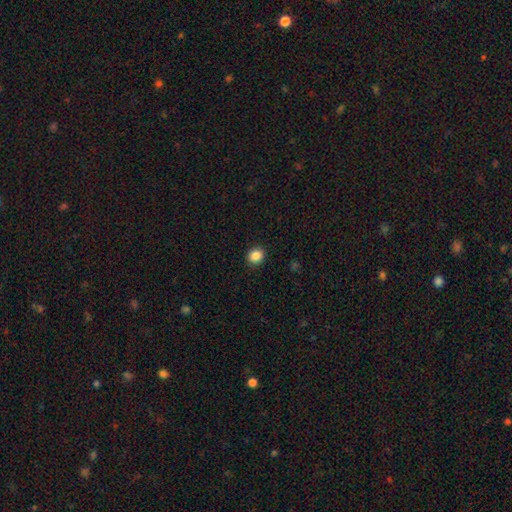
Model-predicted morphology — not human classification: A smooth galaxy with no disk features (87%) that is round (77%).

Vote fractions:
- Smooth or featured? smooth: 87% / star or artifact: 10% / featured or disk: 3%
- How rounded? round: 77% / in between: 22% / cigar-shaped: 1%
- Merging? none: 91% / minor disturbance: 6% / major disturbance: 2% / merger: 1%